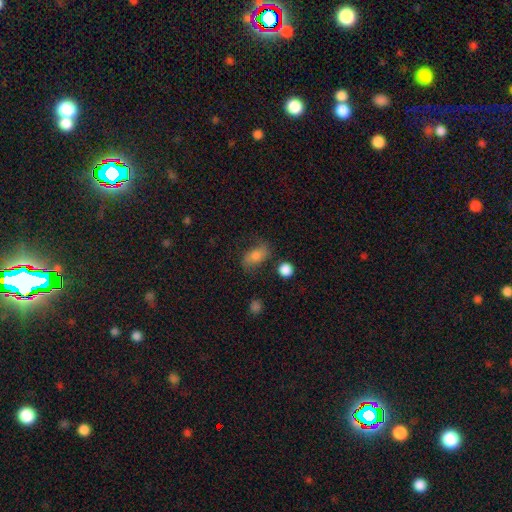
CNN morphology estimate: This is possibly a smooth galaxy (60%). How rounded: clearly in between (82%). Merging: likely none (67%).